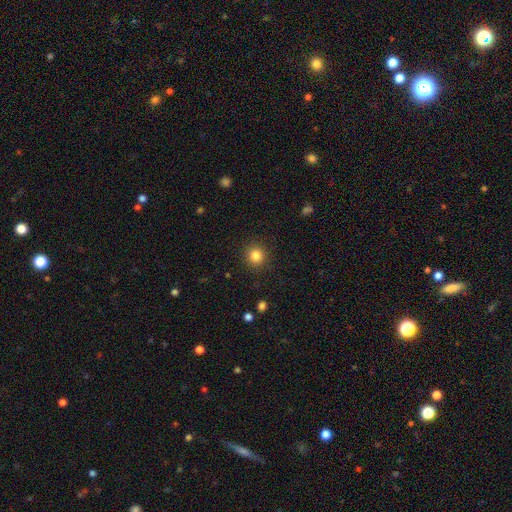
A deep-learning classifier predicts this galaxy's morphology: A smooth galaxy with no disk features (84%) that is round (93%).

Vote fractions:
- Smooth or featured? smooth: 84% / star or artifact: 11% / featured or disk: 5%
- How rounded? round: 93% / in between: 6% / cigar-shaped: 1%
- Merging? none: 91% / minor disturbance: 6% / major disturbance: 2% / merger: 1%